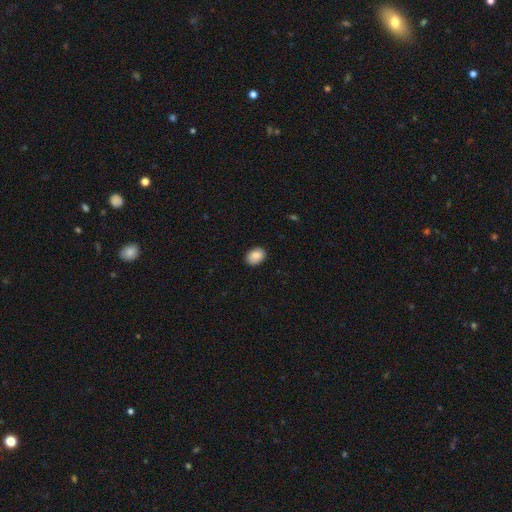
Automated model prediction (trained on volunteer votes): Smooth or featured? Predicted: smooth (p=0.86). How rounded? Predicted: in between (p=0.78). Merging? Predicted: none (p=0.88).